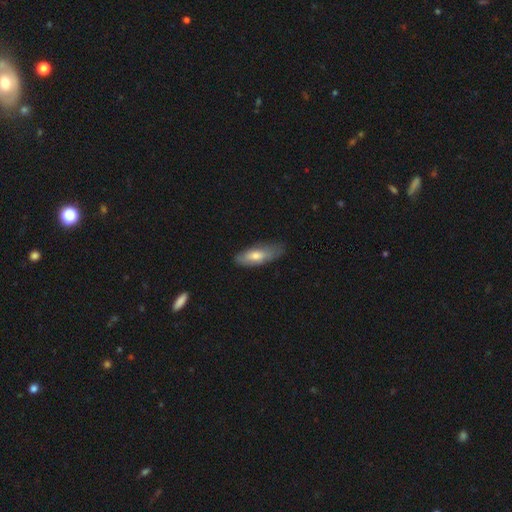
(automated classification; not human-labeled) smooth 68%, featured or disk 26%, star or artifact 6%. Down the decision tree: how rounded — in between (70%); merging — none (65%).